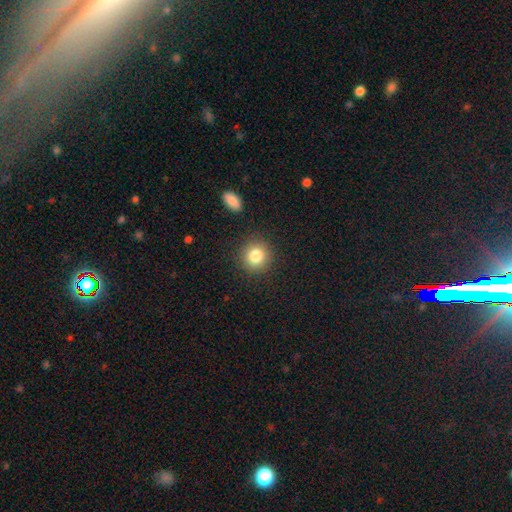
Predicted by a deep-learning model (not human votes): Smooth or featured? smooth (83%)
How rounded? round (89%)
Merging? none (88%)